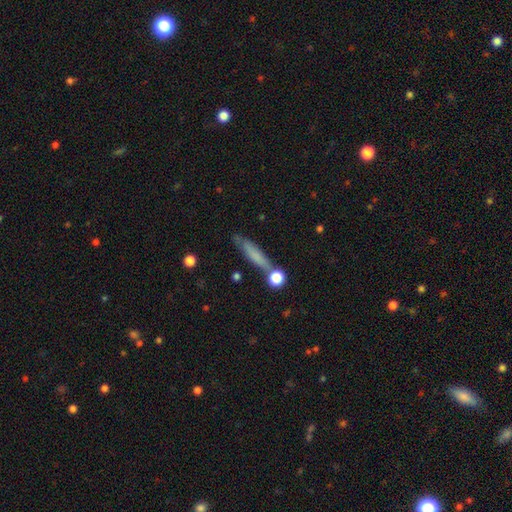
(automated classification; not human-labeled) Smooth or featured? smooth (64%)
How rounded? cigar-shaped (83%)
Merging? none (66%)